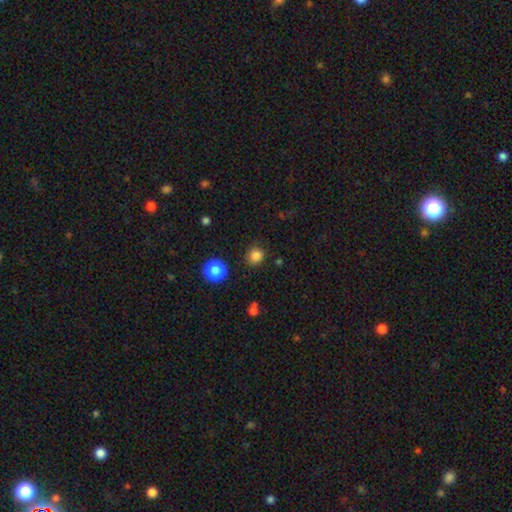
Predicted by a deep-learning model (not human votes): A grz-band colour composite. It shows a smooth galaxy with no disk features (83%) that is round (85%). Merging: none (85%).